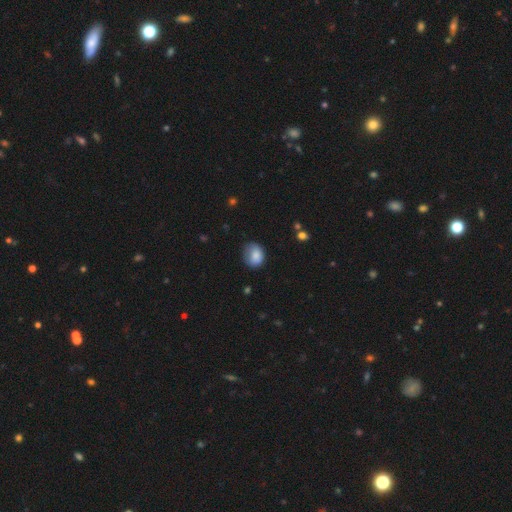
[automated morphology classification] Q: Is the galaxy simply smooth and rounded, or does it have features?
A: smooth — 83%.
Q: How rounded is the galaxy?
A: in between — 50%.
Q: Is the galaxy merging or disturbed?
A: none — 58%.